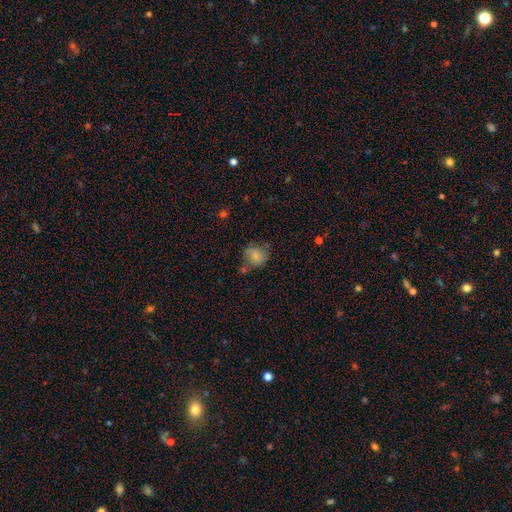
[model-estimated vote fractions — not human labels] Smooth or featured: smooth — 74% (featured or disk — 16%)
How rounded: round — 70% (in between — 29%)
Merging: none — 53% (minor disturbance — 25%)